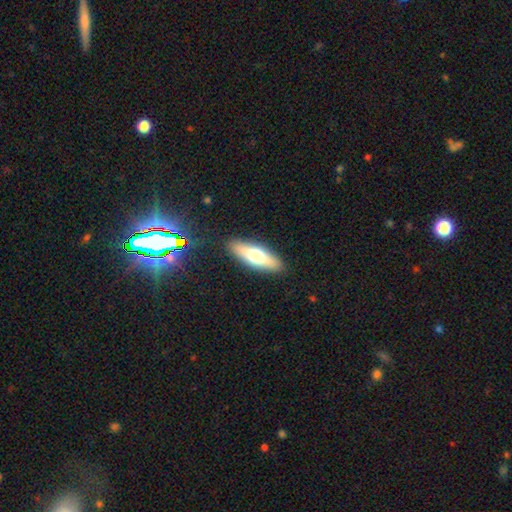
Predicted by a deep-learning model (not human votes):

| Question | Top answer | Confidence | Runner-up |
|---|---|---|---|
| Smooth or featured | smooth | 58% | featured or disk (35%) |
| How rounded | cigar-shaped | 50% | in between (47%) |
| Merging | none | 89% | minor disturbance (8%) |